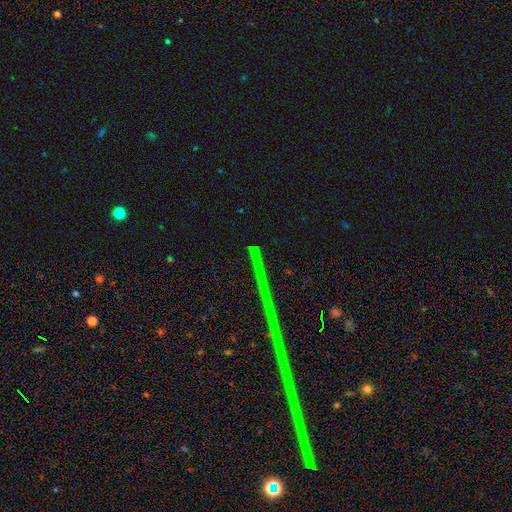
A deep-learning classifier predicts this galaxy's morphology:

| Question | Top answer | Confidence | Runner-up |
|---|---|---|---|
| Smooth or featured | star or artifact | 77% | featured or disk (12%) |